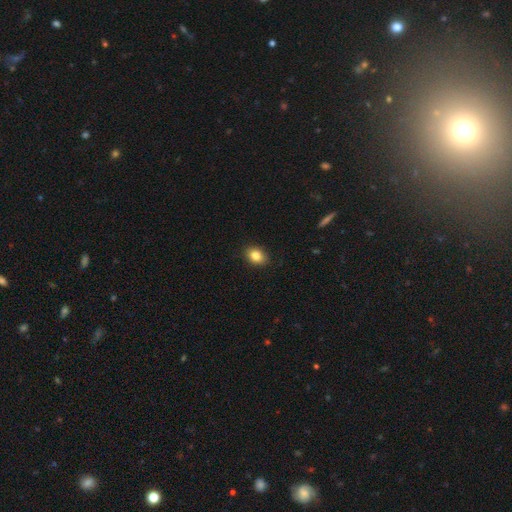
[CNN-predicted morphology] This appears to be a smooth galaxy with no disk features (84%) that is in between round and cigar-shaped (64%). Merging: none (90%).